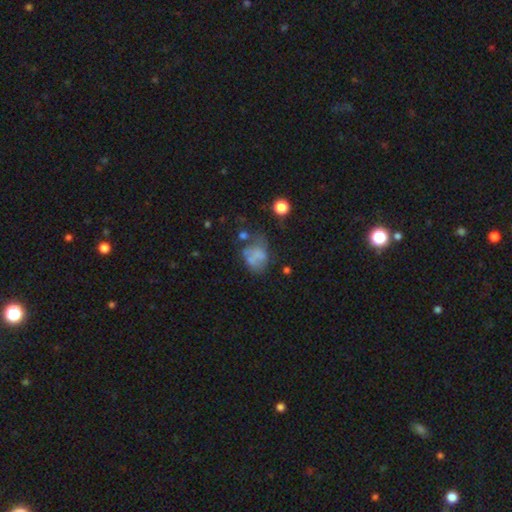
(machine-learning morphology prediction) This appears to be a smooth galaxy with no disk features (50%). Merging: major disturbance (30%).